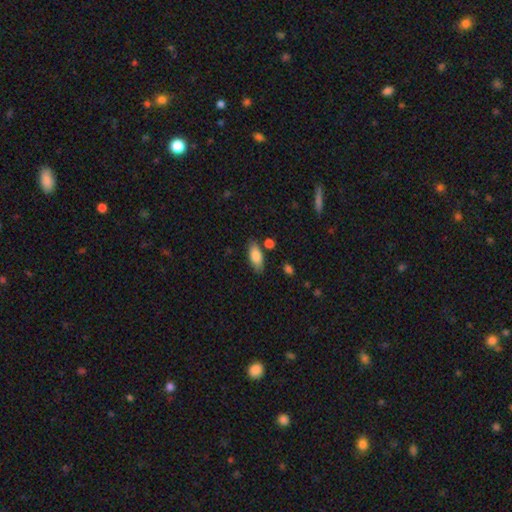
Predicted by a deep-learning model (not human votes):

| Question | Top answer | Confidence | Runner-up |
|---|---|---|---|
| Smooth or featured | smooth | 82% | featured or disk (12%) |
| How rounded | in between | 85% | cigar-shaped (13%) |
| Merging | none | 80% | minor disturbance (12%) |